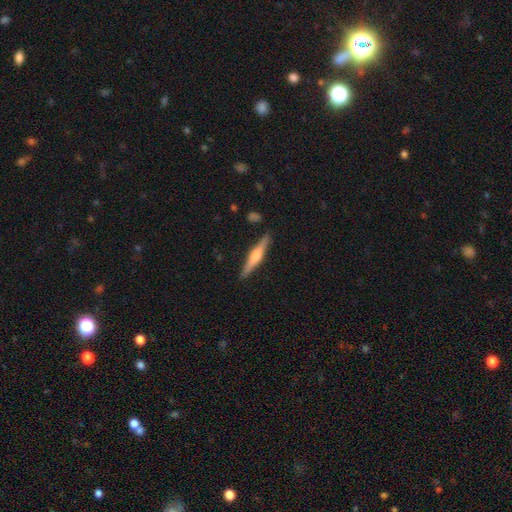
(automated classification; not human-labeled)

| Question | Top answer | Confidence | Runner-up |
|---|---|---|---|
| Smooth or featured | featured or disk | 69% | smooth (26%) |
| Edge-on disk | yes | 98% | no (2%) |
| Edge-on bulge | rounded | 84% | boxy (12%) |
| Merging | none | 89% | minor disturbance (8%) |